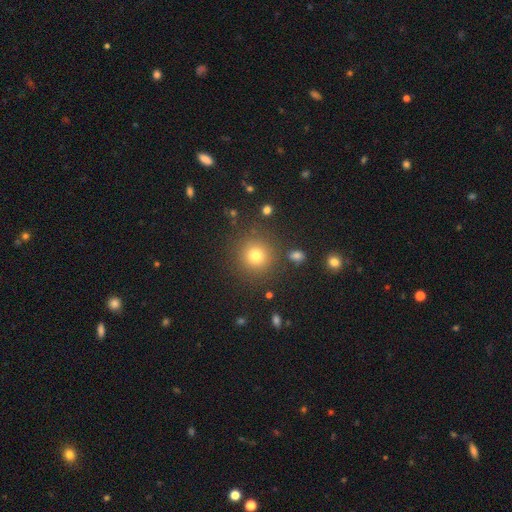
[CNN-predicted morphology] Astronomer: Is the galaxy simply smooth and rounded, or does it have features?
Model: smooth — 77%.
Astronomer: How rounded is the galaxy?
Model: round — 94%.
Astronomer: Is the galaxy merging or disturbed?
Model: none — 86%.